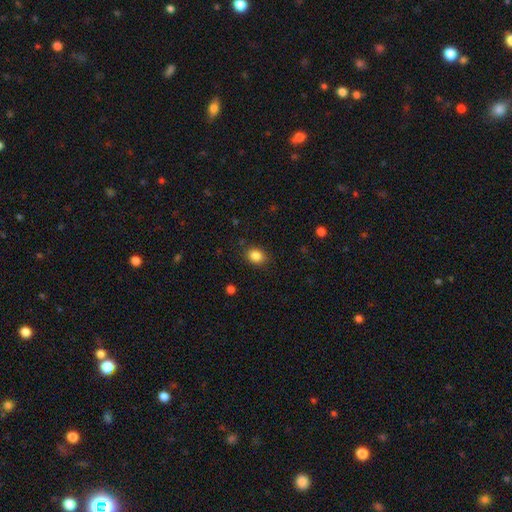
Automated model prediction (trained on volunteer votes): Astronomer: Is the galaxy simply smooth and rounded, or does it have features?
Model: smooth — 85%.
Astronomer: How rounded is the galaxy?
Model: in between — 57% (runner-up: round, 42%).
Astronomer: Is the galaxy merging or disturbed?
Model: none — 86%.